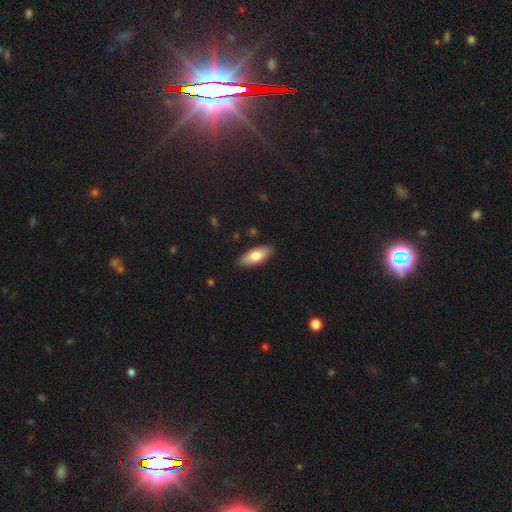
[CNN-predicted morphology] Overall: smooth (77%). How rounded: in between (81%). Merging: none (87%).